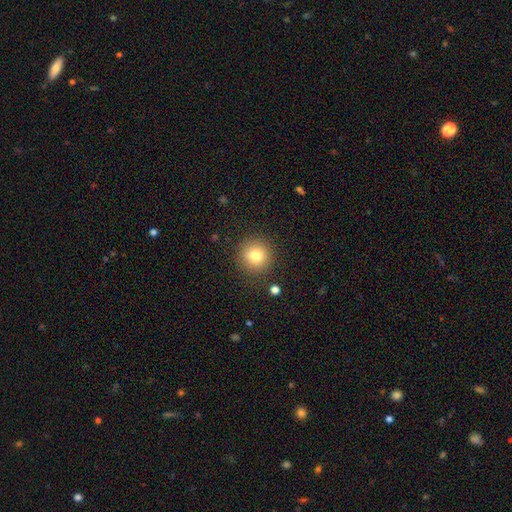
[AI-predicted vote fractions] Morphology: type=smooth (79%); roundness=round (94%); merging=none (88%).